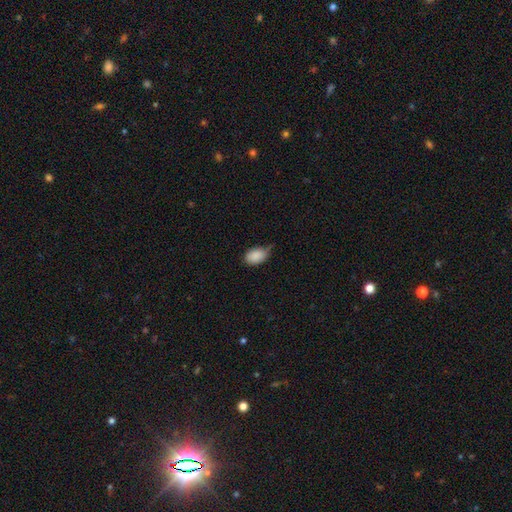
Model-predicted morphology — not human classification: Smooth or featured? Predicted: smooth (p=0.88). How rounded? Predicted: in between (p=0.86). Merging? Predicted: none (p=0.51).